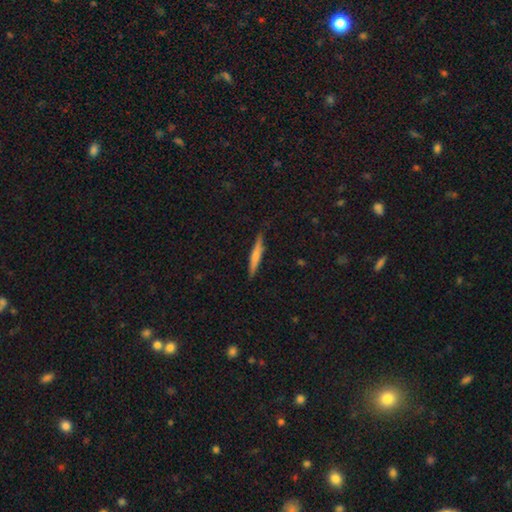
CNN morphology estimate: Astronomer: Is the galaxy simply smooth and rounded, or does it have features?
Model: smooth — 56% (runner-up: featured or disk, 38%).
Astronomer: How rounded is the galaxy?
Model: cigar-shaped — 93%.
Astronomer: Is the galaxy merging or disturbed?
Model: none — 87%.